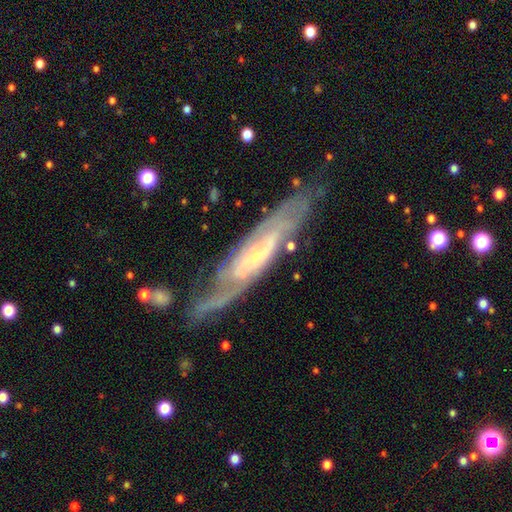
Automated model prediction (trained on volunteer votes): The model was most divided on "spiral arm count": can't tell: 41%, 2: 37%, 3: 9%, 4: 5%, 1: 4%, more than 4: 4%. More confident: spiral arms — yes (93%); smooth or featured — featured or disk (85%); bulge size — small (76%); edge-on disk — no (75%); merging — none (66%); spiral winding — tight (56%); bar — no (55%).